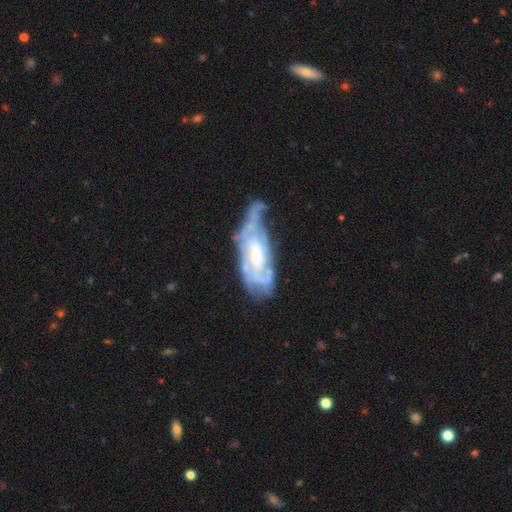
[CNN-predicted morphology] Smooth or featured? Predicted: featured or disk (p=0.74). Edge-on disk? Predicted: no (p=0.88). Bar? Predicted: no (p=0.61). Spiral arms? Predicted: yes (p=0.75). Bulge size? Predicted: moderate (p=0.39). Merging? Predicted: none (p=0.35).